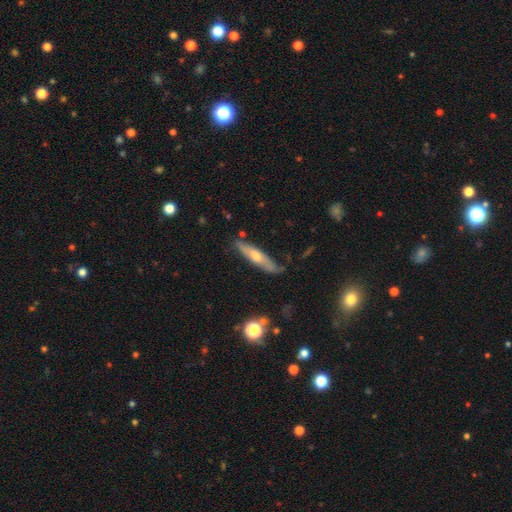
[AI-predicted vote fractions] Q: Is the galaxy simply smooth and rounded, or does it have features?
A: featured or disk — 50%.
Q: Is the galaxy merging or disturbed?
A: none — 74%.